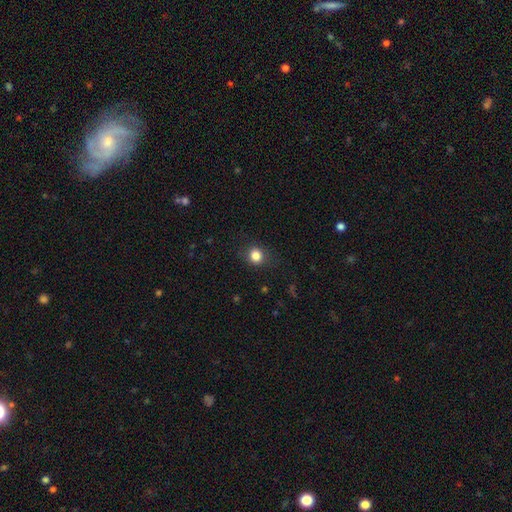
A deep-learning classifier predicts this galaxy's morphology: A smooth galaxy with no disk features (83%) that is round (78%).

Vote fractions:
- Smooth or featured? smooth: 83% / star or artifact: 12% / featured or disk: 5%
- How rounded? round: 78% / in between: 22% / cigar-shaped: 1%
- Merging? none: 83% / minor disturbance: 12% / major disturbance: 4% / merger: 1%